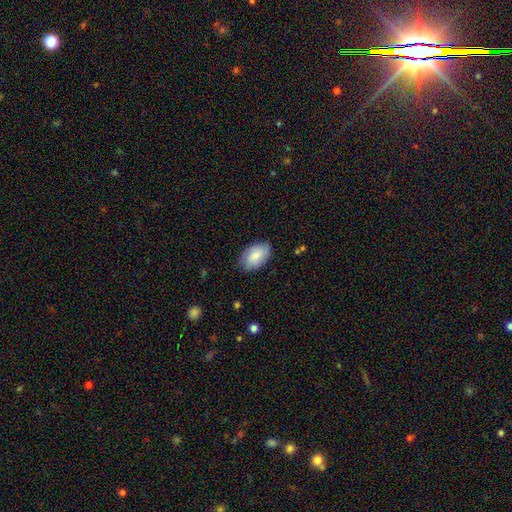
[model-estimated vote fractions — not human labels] Smooth or featured?
  - smooth: 77% *
  - featured or disk: 17%
  - star or artifact: 6%
How rounded?
  - in between: 92% *
  - round: 6%
  - cigar-shaped: 2%
Merging?
  - none: 77% *
  - minor disturbance: 18%
  - major disturbance: 3%
  - merger: 1%